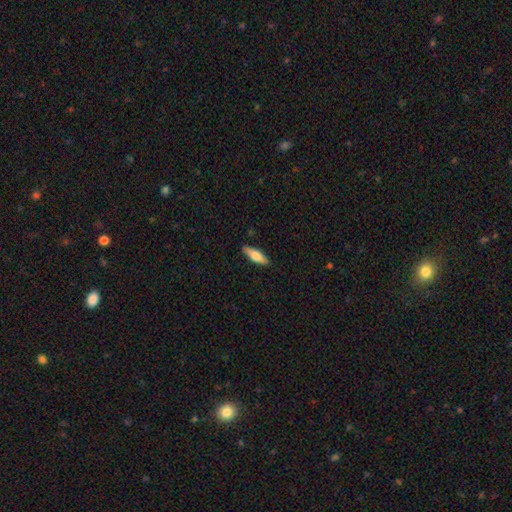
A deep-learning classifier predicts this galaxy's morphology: Smooth or featured?
  - smooth: 65% *
  - featured or disk: 30%
  - star or artifact: 6%
How rounded?
  - in between: 52% *
  - cigar-shaped: 45%
  - round: 2%
Merging?
  - none: 88% *
  - minor disturbance: 9%
  - major disturbance: 2%
  - merger: 1%